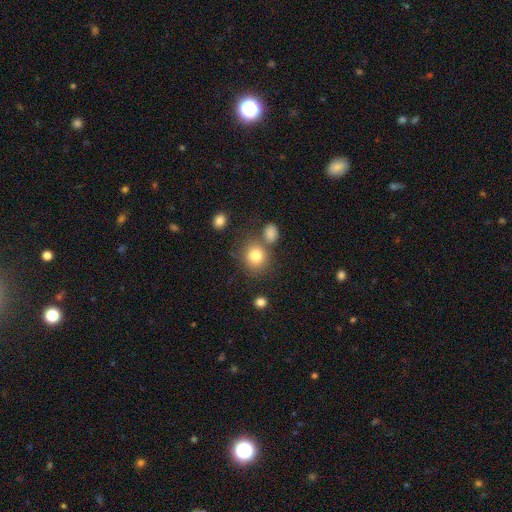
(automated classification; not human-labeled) smooth_or_featured: smooth (p=0.79) [alt: star or artifact p=0.11]
how_rounded: round (p=0.81) [alt: in between p=0.18]
merging: none (p=0.67) [alt: merger p=0.16]